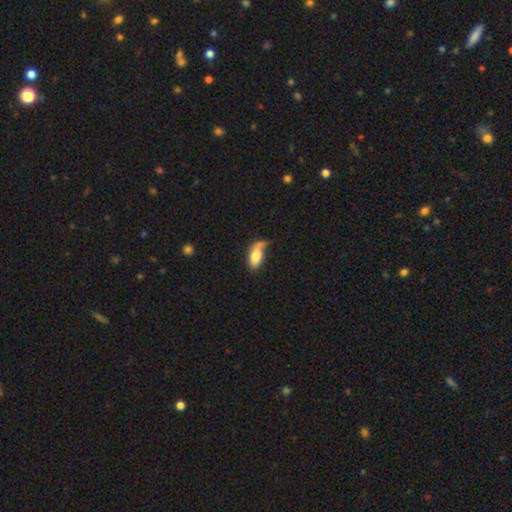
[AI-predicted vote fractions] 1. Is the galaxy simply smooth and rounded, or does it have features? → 75% smooth, 18% featured or disk, 7% star or artifact.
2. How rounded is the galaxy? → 88% in between, 7% cigar-shaped, 5% round.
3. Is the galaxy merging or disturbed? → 33% none, 27% minor disturbance, 24% major disturbance, 16% merger.